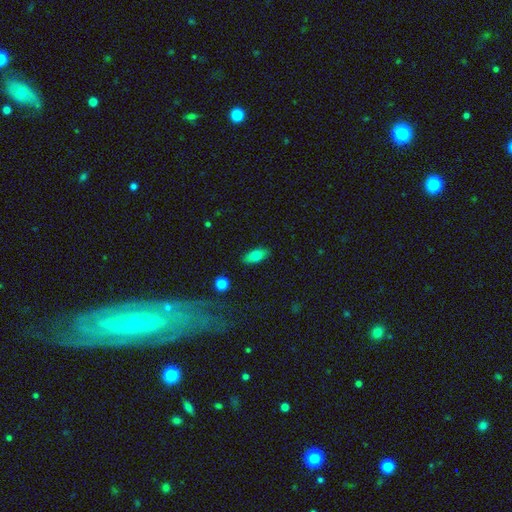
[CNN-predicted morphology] smooth 77%, featured or disk 15%, star or artifact 8%. Down the decision tree: how rounded — in between (84%); merging — none (87%).